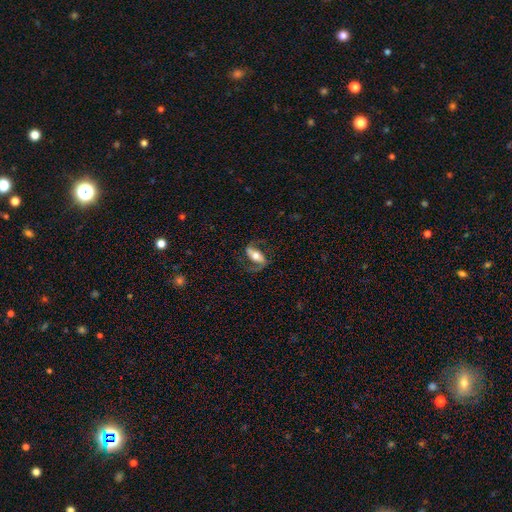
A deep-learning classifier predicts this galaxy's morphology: Smooth or featured? Predicted: featured or disk (p=0.71). Edge-on disk? Predicted: no (p=0.89). Bar? Predicted: strong (p=0.46). Spiral arms? Predicted: yes (p=0.89). Spiral winding? Predicted: loose (p=0.46). Spiral arm count? Predicted: 2 (p=0.88). Bulge size? Predicted: moderate (p=0.61). Merging? Predicted: none (p=0.68).